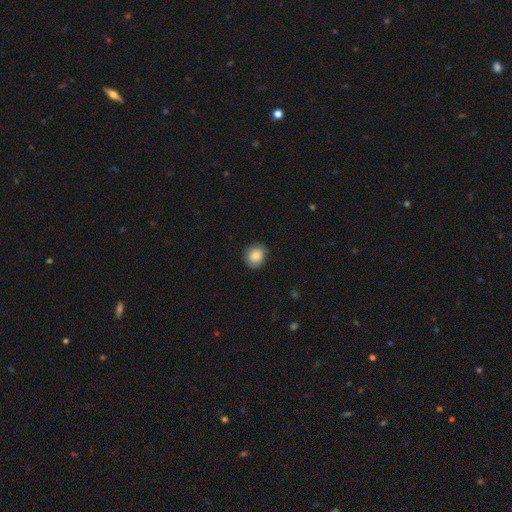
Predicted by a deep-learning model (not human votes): Smooth or featured?
  - smooth: 84% *
  - featured or disk: 8%
  - star or artifact: 8%
How rounded?
  - round: 75% *
  - in between: 24%
  - cigar-shaped: 1%
Merging?
  - none: 83% *
  - minor disturbance: 14%
  - major disturbance: 3%
  - merger: 1%